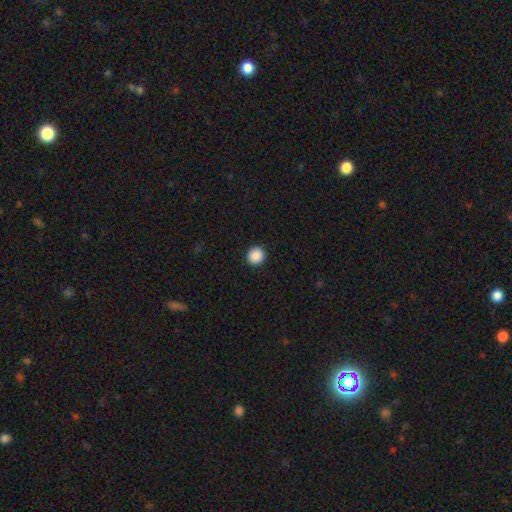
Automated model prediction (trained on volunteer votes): smooth_or_featured: smooth (p=0.89) [alt: star or artifact p=0.09]
how_rounded: round (p=0.92) [alt: in between p=0.07]
merging: none (p=0.93) [alt: minor disturbance p=0.04]